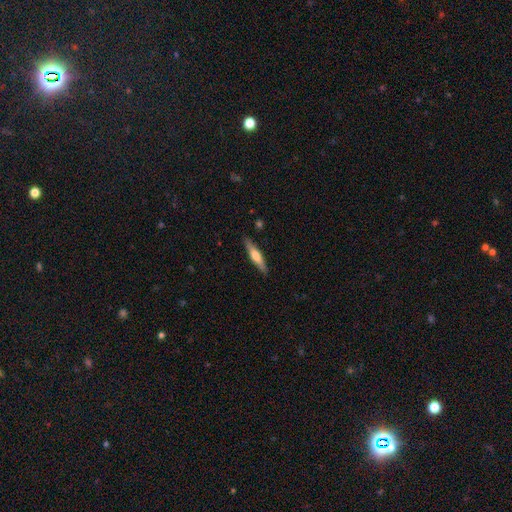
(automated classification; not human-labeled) smooth_or_featured: smooth (p=0.48) [alt: featured or disk p=0.47]
merging: none (p=0.88) [alt: minor disturbance p=0.09]